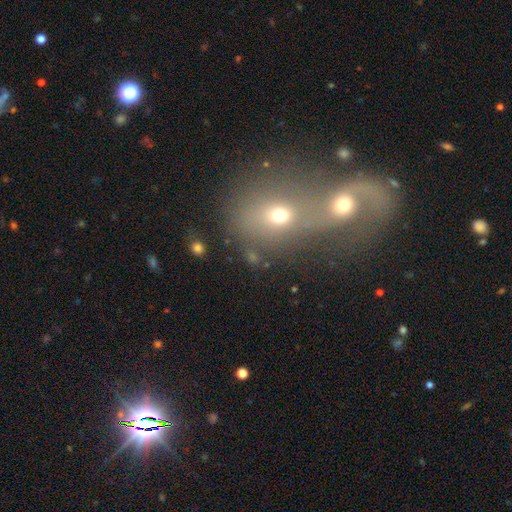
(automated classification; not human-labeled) The model was most divided on "smooth or featured": smooth: 49%, featured or disk: 33%, star or artifact: 18%. More confident: merging — merger (73%).